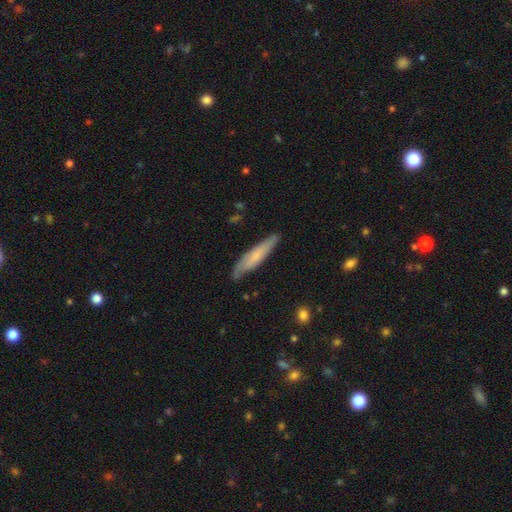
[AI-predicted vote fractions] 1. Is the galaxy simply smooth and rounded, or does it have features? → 55% smooth, 40% featured or disk, 6% star or artifact.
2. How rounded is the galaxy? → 85% cigar-shaped, 14% in between, 1% round.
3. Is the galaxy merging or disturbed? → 78% none, 18% minor disturbance, 3% major disturbance, 1% merger.